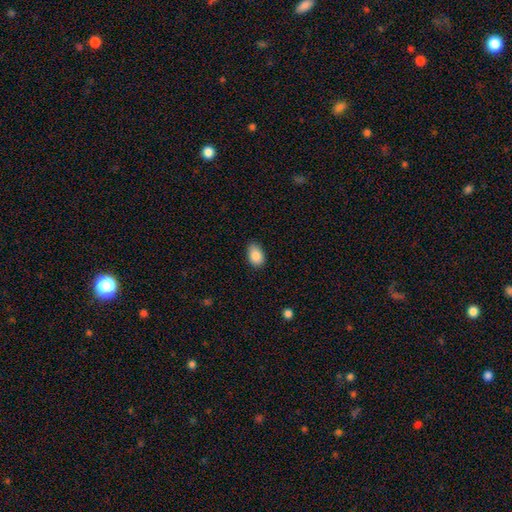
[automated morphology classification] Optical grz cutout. It shows a smooth galaxy with no disk features (87%) that is in between round and cigar-shaped (85%). Merging: none (76%).